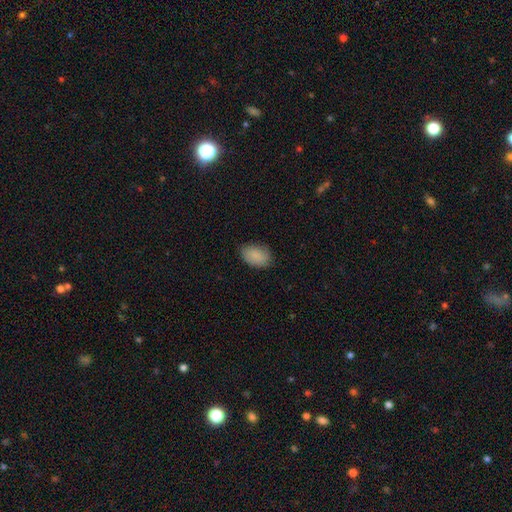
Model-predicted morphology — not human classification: smooth_or_featured: smooth (p=0.88) [alt: star or artifact p=0.07]
how_rounded: in between (p=0.88) [alt: round p=0.10]
merging: none (p=0.79) [alt: minor disturbance p=0.17]